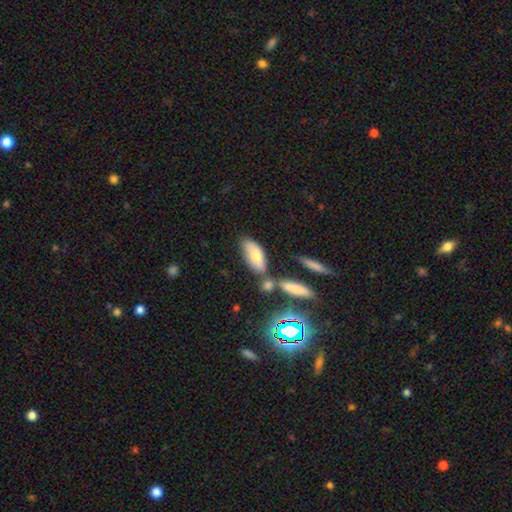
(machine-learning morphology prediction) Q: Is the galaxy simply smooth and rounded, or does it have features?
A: smooth — 73%.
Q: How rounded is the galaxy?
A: in between — 84%.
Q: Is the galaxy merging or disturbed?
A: none — 56%.